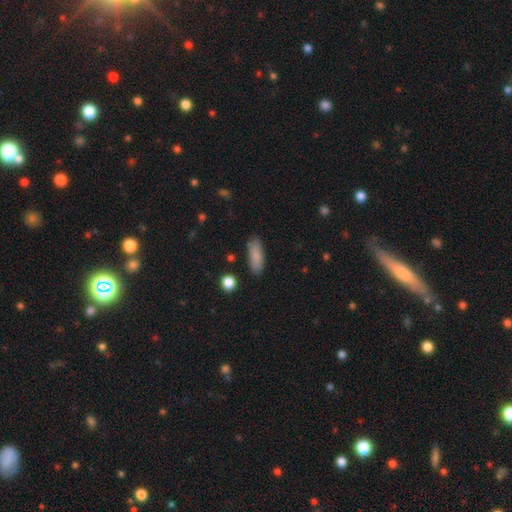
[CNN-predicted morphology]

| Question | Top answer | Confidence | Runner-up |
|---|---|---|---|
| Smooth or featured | smooth | 86% | featured or disk (7%) |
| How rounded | in between | 67% | cigar-shaped (31%) |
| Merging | none | 86% | minor disturbance (10%) |